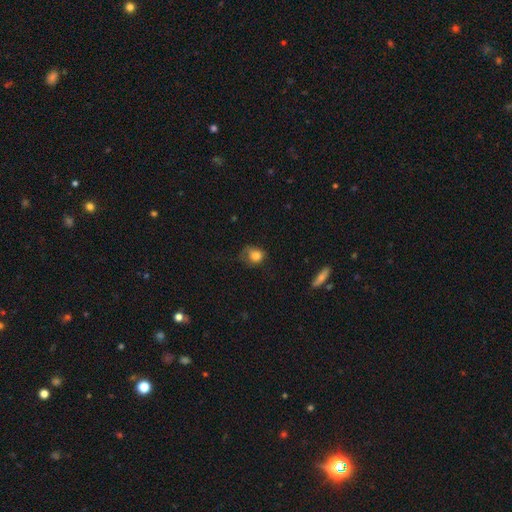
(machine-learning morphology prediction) Smooth or featured? smooth (80%)
How rounded? round (64%)
Merging? none (42%)